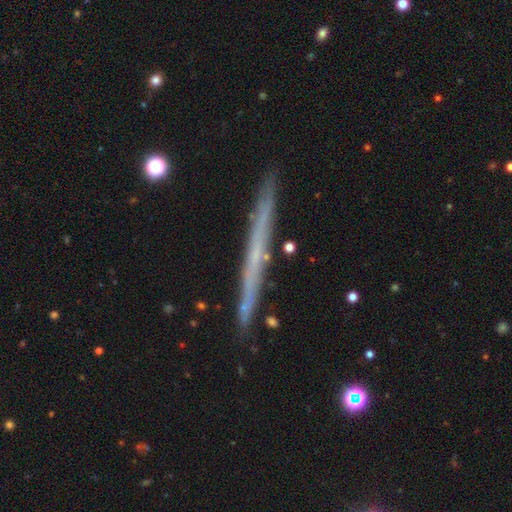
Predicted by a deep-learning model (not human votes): Smooth or featured: featured or disk — 57% (smooth — 35%)
Edge-on disk: yes — 97% (no — 3%)
Edge-on bulge: none — 90% (rounded — 7%)
Merging: none — 89% (minor disturbance — 8%)